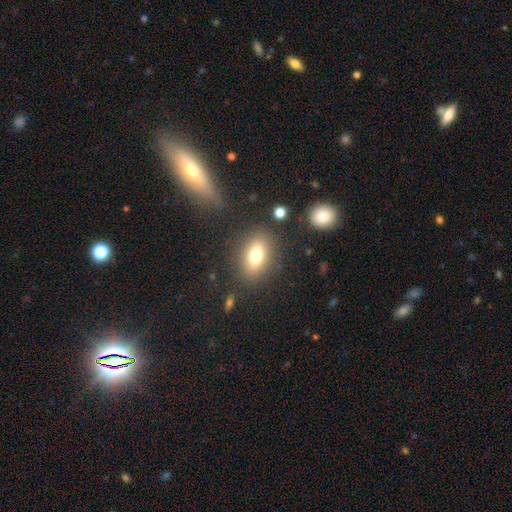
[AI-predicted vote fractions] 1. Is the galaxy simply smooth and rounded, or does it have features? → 74% smooth, 16% featured or disk, 10% star or artifact.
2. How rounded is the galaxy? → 78% in between, 17% round, 5% cigar-shaped.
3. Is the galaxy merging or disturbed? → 83% none, 10% minor disturbance, 4% major disturbance, 2% merger.